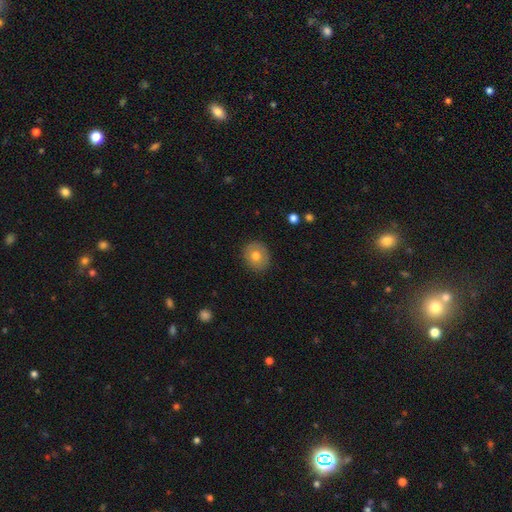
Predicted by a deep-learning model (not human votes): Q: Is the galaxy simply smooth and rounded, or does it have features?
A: smooth — 72%.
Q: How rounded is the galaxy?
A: round — 77%.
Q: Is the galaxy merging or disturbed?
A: none — 88%.